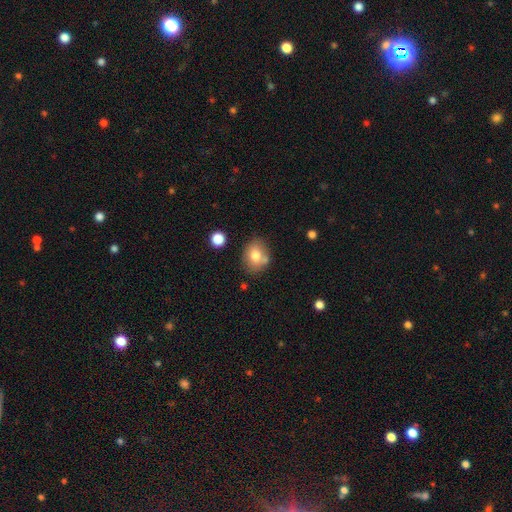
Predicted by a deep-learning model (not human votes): smooth-or-featured: smooth: 77% | featured or disk: 14% | star or artifact: 9%
  how-rounded: in between: 51% | round: 48% | cigar-shaped: 1%
  merging: none: 67% | minor disturbance: 18% | merger: 11% | major disturbance: 4%